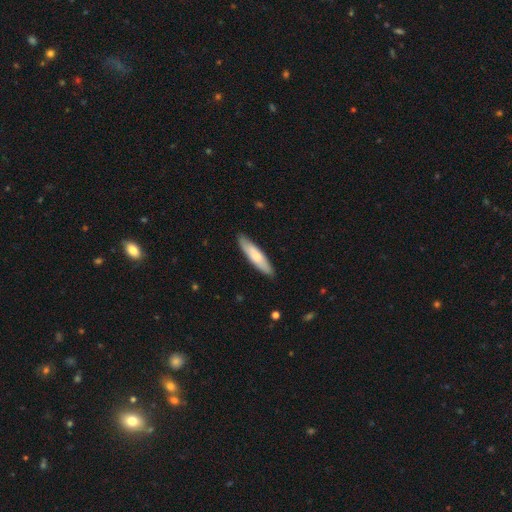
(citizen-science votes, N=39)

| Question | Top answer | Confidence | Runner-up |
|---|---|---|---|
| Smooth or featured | smooth | 62% | featured or disk (36%) |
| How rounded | cigar-shaped | 62% | in between (29%) |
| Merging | none | 82% | minor disturbance (11%) |